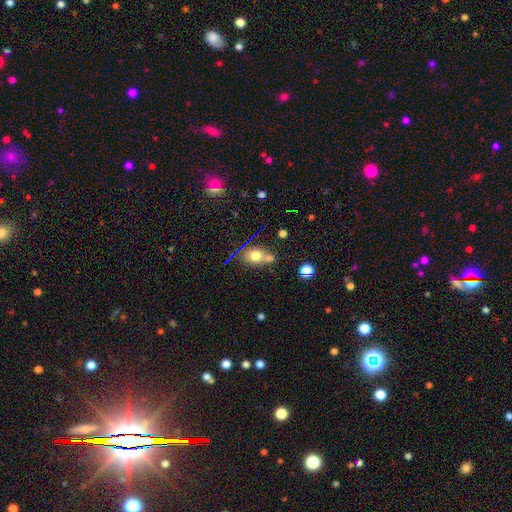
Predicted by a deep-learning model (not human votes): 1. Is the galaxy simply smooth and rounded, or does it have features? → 69% smooth, 16% featured or disk, 14% star or artifact.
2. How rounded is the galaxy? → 50% round, 47% in between, 3% cigar-shaped.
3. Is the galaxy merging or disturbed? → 49% none, 32% merger, 14% minor disturbance, 5% major disturbance.